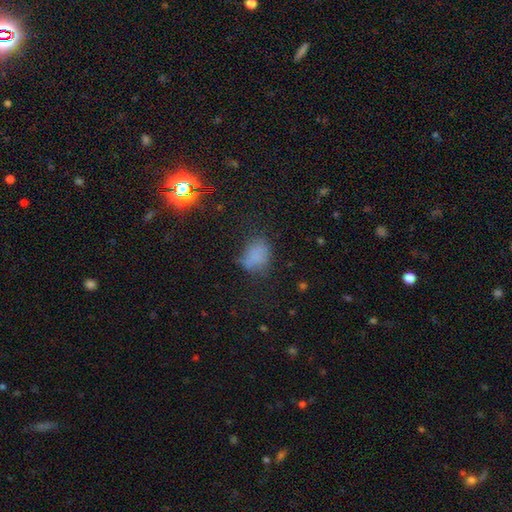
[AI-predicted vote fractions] smooth 69%, star or artifact 18%, featured or disk 13%. Down the decision tree: how rounded — in between (72%); merging — none (49%).